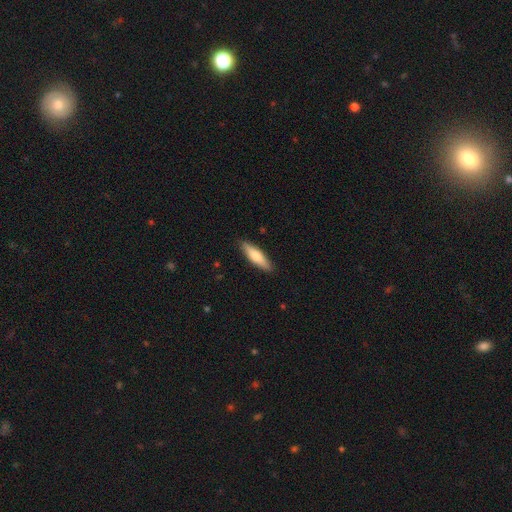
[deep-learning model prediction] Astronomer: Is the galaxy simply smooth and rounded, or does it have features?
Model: smooth — 71%.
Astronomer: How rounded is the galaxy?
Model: cigar-shaped — 65%.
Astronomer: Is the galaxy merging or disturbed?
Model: none — 89%.